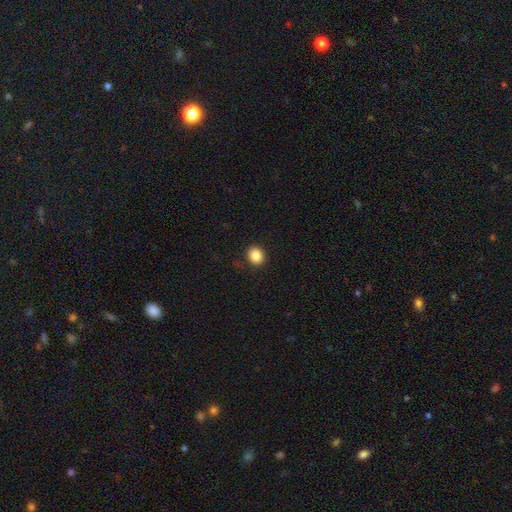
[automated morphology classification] Overall: smooth (86%). How rounded: round (72%). Merging: none (90%).